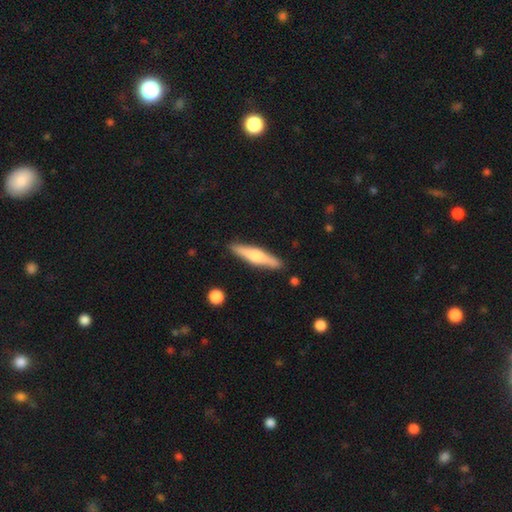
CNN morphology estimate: This is possibly a featured or disk galaxy (52%). It is clearly viewed edge-on (95%). Merging: clearly none (89%).